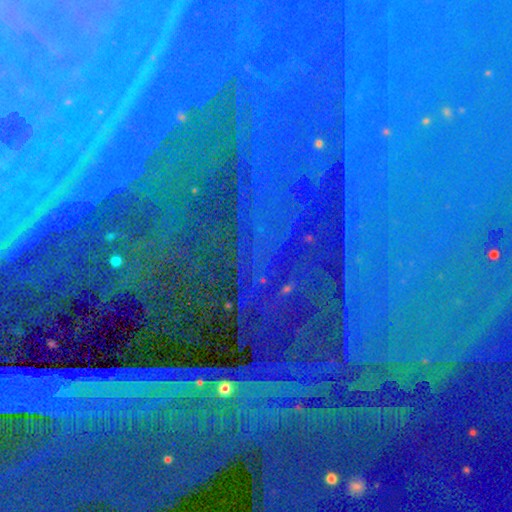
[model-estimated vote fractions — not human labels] This is clearly a star or artifact rather than a galaxy (88%).